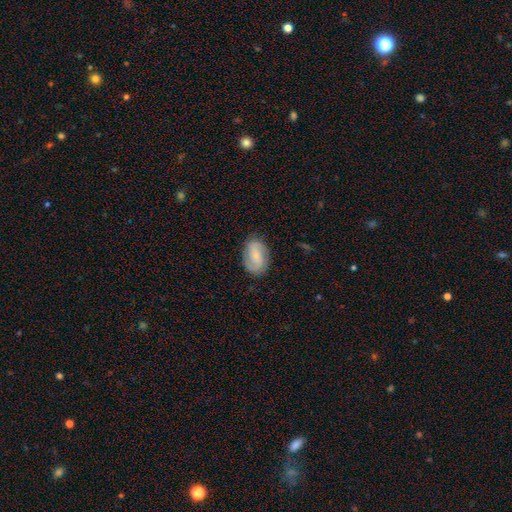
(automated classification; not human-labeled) Smooth or featured? Predicted: featured or disk (p=0.54). Edge-on disk? Predicted: no (p=0.97). Bar? Predicted: weak (p=0.44). Spiral arms? Predicted: yes (p=0.90). Bulge size? Predicted: small (p=0.52). Merging? Predicted: none (p=0.80).